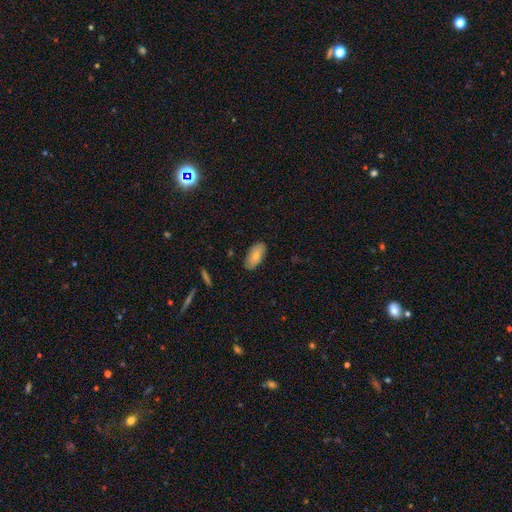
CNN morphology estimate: Overall: smooth (78%). How rounded: in between (92%). Merging: none (85%).